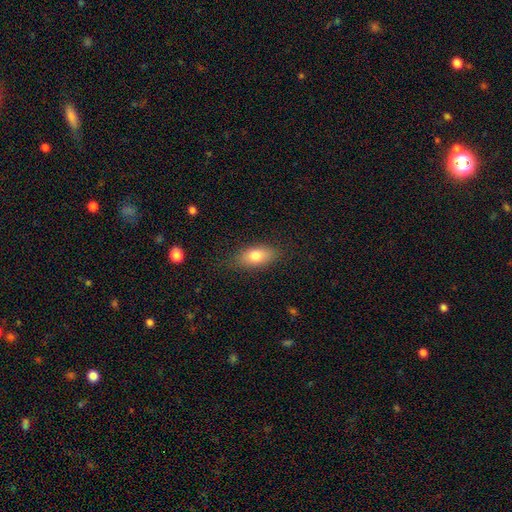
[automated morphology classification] smooth 78%, featured or disk 14%, star or artifact 8%. Down the decision tree: how rounded — in between (86%); merging — none (81%).